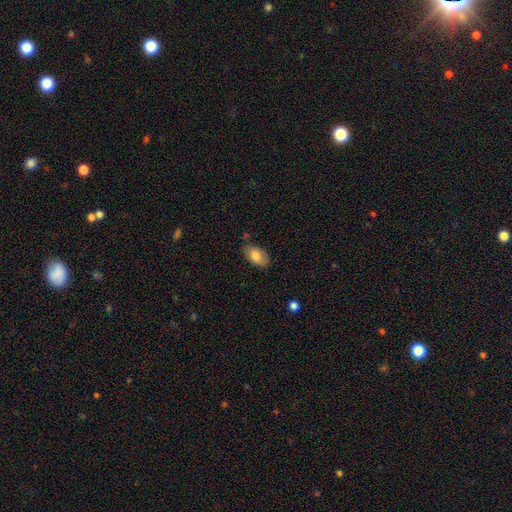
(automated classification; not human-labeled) smooth_or_featured: smooth (p=0.77) [alt: featured or disk p=0.16]
how_rounded: in between (p=0.93) [alt: round p=0.05]
merging: none (p=0.76) [alt: minor disturbance p=0.19]